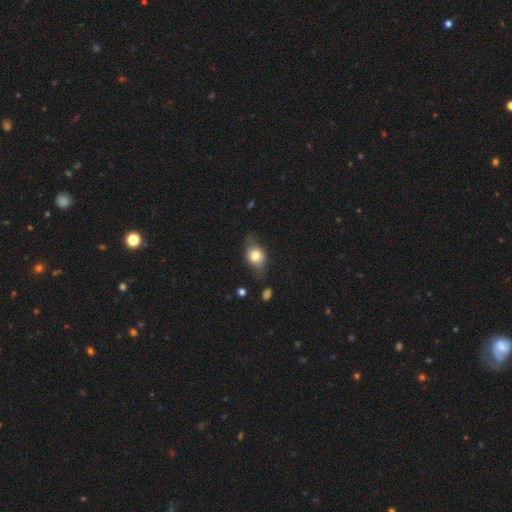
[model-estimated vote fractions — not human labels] This appears to be a smooth galaxy with no disk features (67%) that is in between round and cigar-shaped (57%). Merging: none (65%).